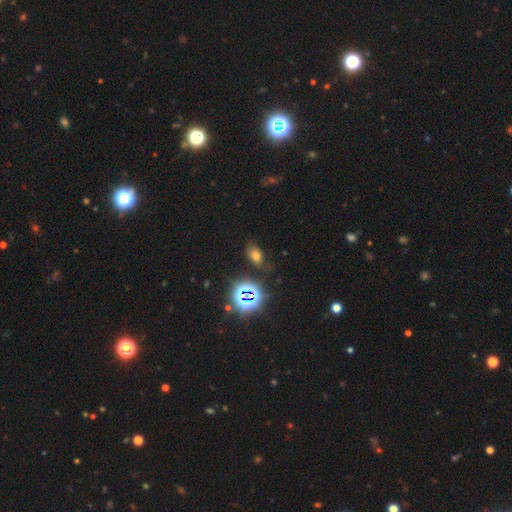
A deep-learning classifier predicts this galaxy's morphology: The model was most divided on "smooth or featured": smooth: 60%, star or artifact: 30%, featured or disk: 10%. More confident: how rounded — in between (81%); merging — none (74%).